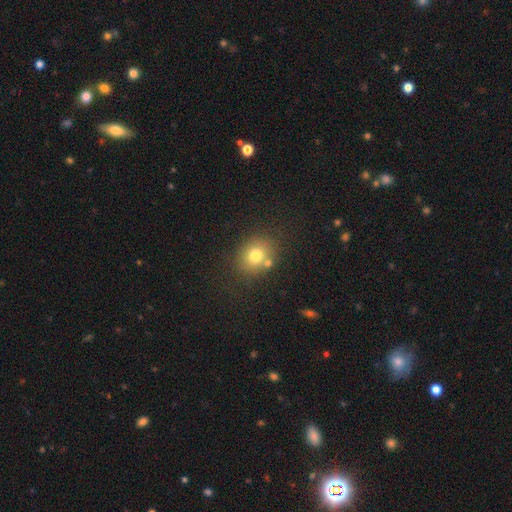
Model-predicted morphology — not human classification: type=smooth (75%); roundness=round (64%); merging=none (69%).